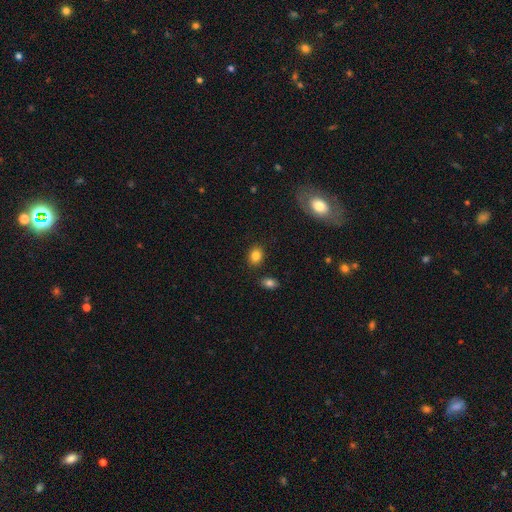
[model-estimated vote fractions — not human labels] Smooth or featured?
  - smooth: 84% *
  - star or artifact: 10%
  - featured or disk: 6%
How rounded?
  - in between: 50% *
  - round: 49%
  - cigar-shaped: 1%
Merging?
  - none: 85% *
  - minor disturbance: 9%
  - merger: 4%
  - major disturbance: 2%